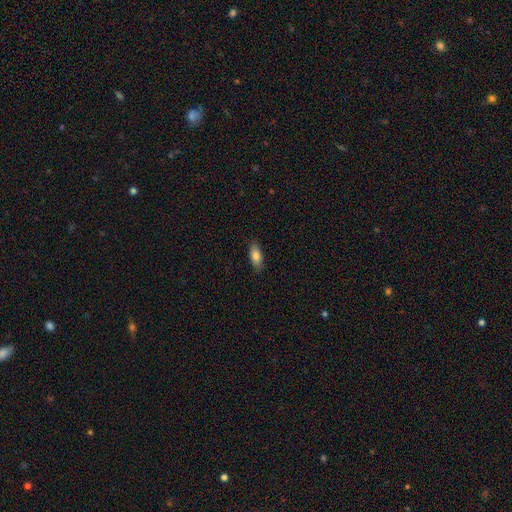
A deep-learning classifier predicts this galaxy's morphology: Smooth or featured?
  - smooth: 83% *
  - featured or disk: 10%
  - star or artifact: 7%
How rounded?
  - in between: 83% *
  - cigar-shaped: 15%
  - round: 3%
Merging?
  - none: 86% *
  - minor disturbance: 11%
  - major disturbance: 2%
  - merger: 1%